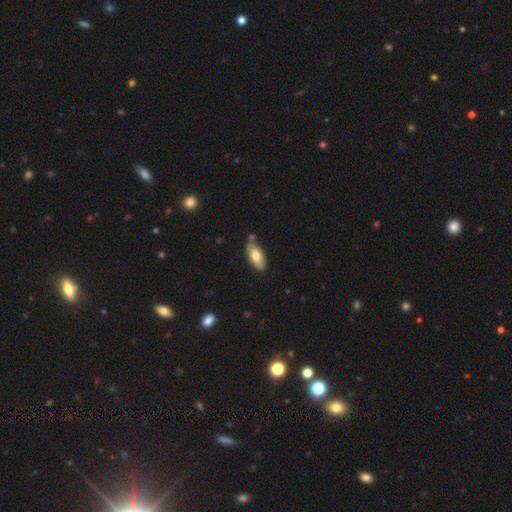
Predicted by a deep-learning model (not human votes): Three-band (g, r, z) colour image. It shows a smooth galaxy with no disk features (71%) that is in between round and cigar-shaped (92%). Merging: none (73%).